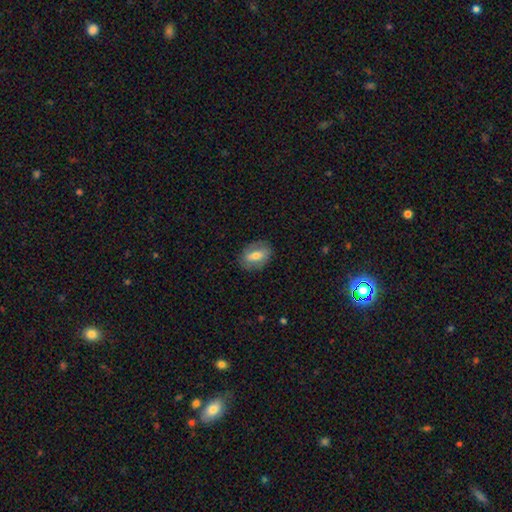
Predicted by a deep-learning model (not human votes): Smooth or featured: smooth — 59% (featured or disk — 34%)
How rounded: in between — 79% (round — 18%)
Merging: none — 82% (minor disturbance — 13%)